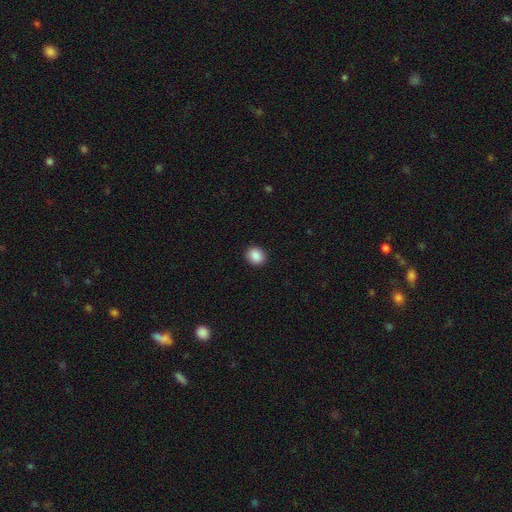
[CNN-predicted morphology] Overall: smooth (89%). How rounded: round (74%). Merging: none (91%).